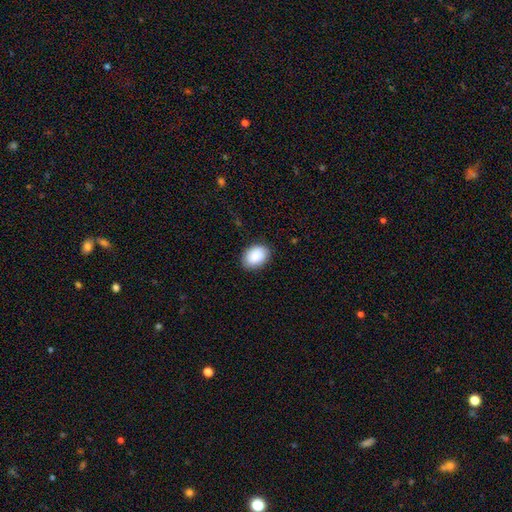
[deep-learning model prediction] A smooth galaxy with no disk features (89%) that is in between round and cigar-shaped (81%).

Vote fractions:
- Smooth or featured? smooth: 89% / star or artifact: 6% / featured or disk: 5%
- How rounded? in between: 81% / round: 18% / cigar-shaped: 1%
- Merging? none: 85% / minor disturbance: 11% / major disturbance: 2% / merger: 1%